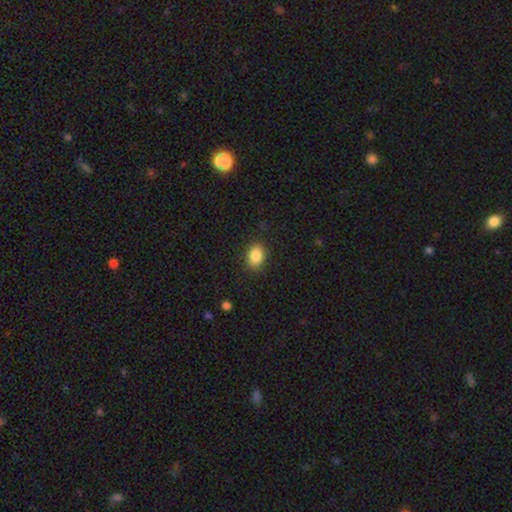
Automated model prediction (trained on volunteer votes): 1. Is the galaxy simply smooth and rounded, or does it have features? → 87% smooth, 9% star or artifact, 5% featured or disk.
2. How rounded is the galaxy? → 77% in between, 22% round, 1% cigar-shaped.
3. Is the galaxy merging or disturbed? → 86% none, 10% minor disturbance, 3% major disturbance, 1% merger.